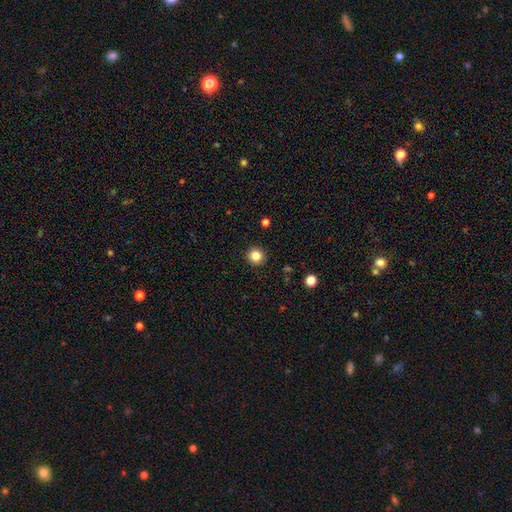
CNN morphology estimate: Smooth or featured?
  - smooth: 83% *
  - star or artifact: 12%
  - featured or disk: 5%
How rounded?
  - round: 94% *
  - in between: 5%
  - cigar-shaped: 1%
Merging?
  - none: 92% *
  - minor disturbance: 5%
  - major disturbance: 2%
  - merger: 1%